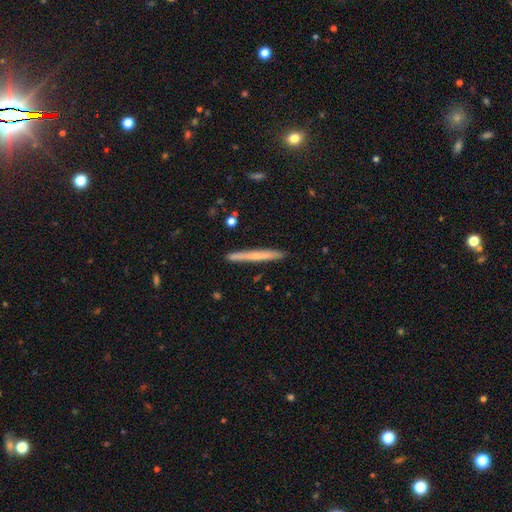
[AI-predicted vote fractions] smooth 51%, featured or disk 42%, star or artifact 6%. Down the decision tree: how rounded — cigar-shaped (97%); merging — none (90%).